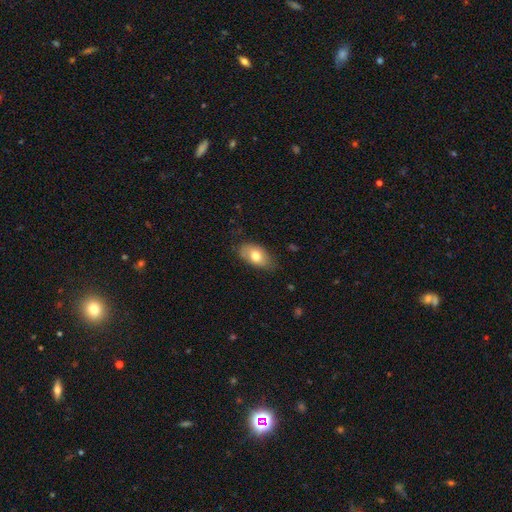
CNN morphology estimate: Smooth or featured? Predicted: smooth (p=0.73). How rounded? Predicted: in between (p=0.92). Merging? Predicted: none (p=0.72).